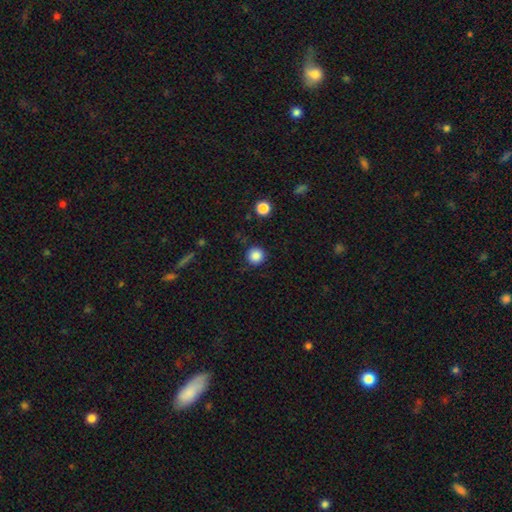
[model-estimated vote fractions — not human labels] smooth-or-featured: smooth: 86% | star or artifact: 11% | featured or disk: 3%
  how-rounded: round: 95% | in between: 4% | cigar-shaped: 1%
  merging: none: 89% | minor disturbance: 7% | major disturbance: 2% | merger: 1%